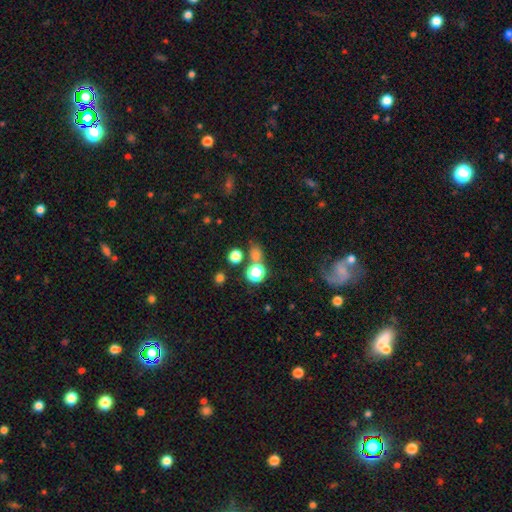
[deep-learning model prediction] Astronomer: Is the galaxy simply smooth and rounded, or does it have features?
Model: smooth — 54% (runner-up: star or artifact, 30%).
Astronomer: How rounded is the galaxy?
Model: round — 77%.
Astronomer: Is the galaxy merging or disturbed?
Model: none — 65%.